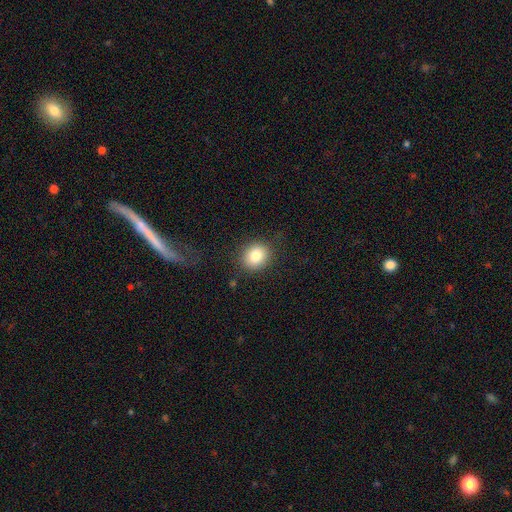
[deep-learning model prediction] A smooth galaxy with no disk features (82%) that is round (75%).

Vote fractions:
- Smooth or featured? smooth: 82% / star or artifact: 10% / featured or disk: 8%
- How rounded? round: 75% / in between: 24% / cigar-shaped: 1%
- Merging? none: 85% / minor disturbance: 10% / major disturbance: 4% / merger: 1%